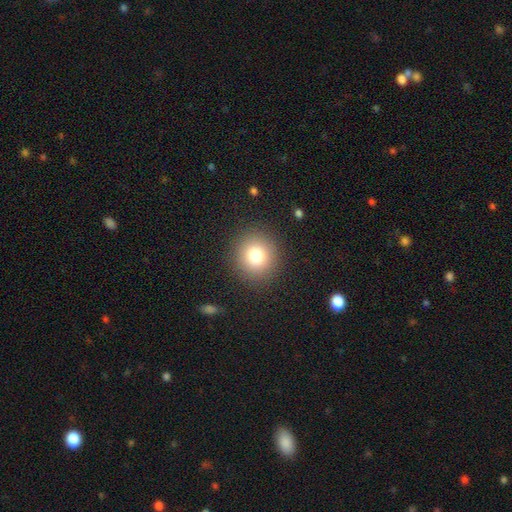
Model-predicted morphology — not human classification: Overall: smooth (79%). How rounded: round (89%). Merging: none (89%).